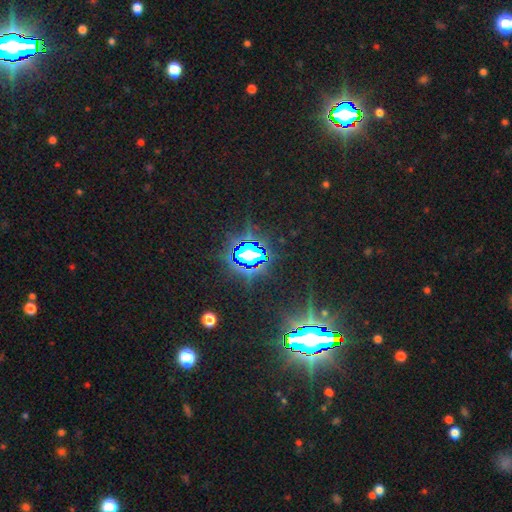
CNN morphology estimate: Smooth or featured? Predicted: star or artifact (p=0.84).